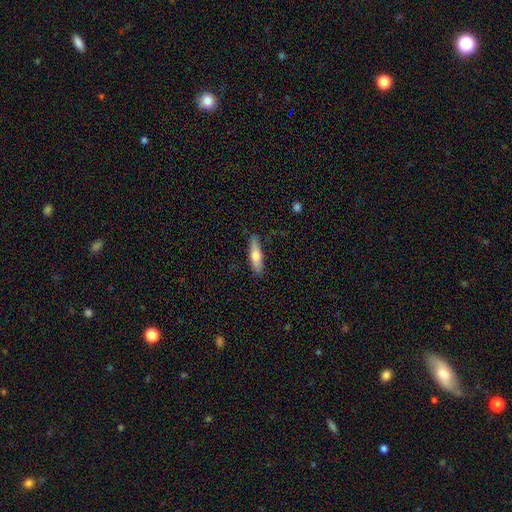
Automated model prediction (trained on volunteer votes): Smooth or featured?
  - smooth: 63% *
  - featured or disk: 31%
  - star or artifact: 6%
How rounded?
  - cigar-shaped: 71% *
  - in between: 27%
  - round: 2%
Merging?
  - none: 84% *
  - minor disturbance: 12%
  - major disturbance: 3%
  - merger: 1%